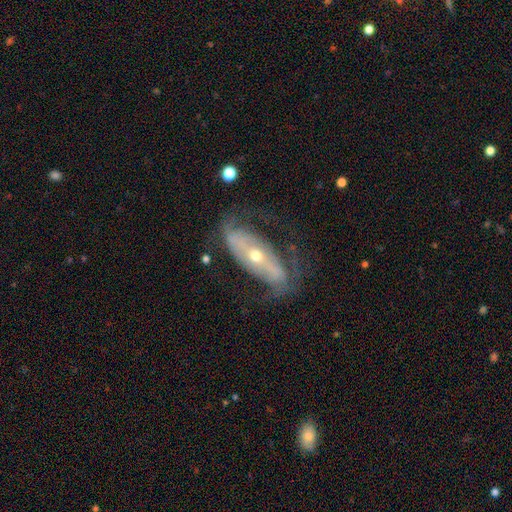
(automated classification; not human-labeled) Smooth or featured: featured or disk — 79% (smooth — 15%)
Edge-on disk: no — 83% (yes — 17%)
Bar: no — 41% (strong — 37%)
Spiral arms: yes — 79% (no — 21%)
Spiral winding: medium — 39% (loose — 32%)
Spiral arm count: 2 — 77% (can't tell — 15%)
Bulge size: small — 50% (moderate — 46%)
Merging: none — 60% (minor disturbance — 20%)